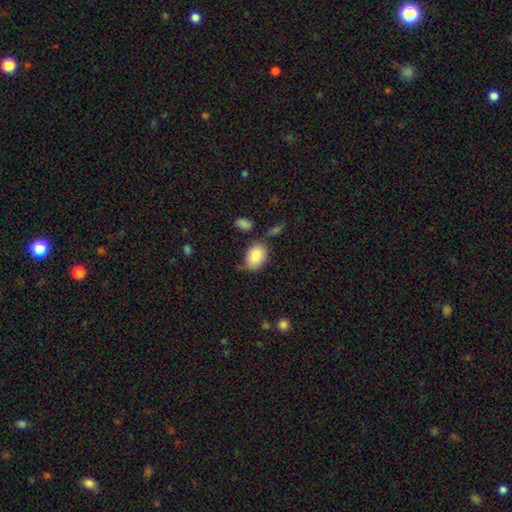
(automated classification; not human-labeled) Smooth or featured? smooth (83%)
How rounded? in between (79%)
Merging? none (56%)